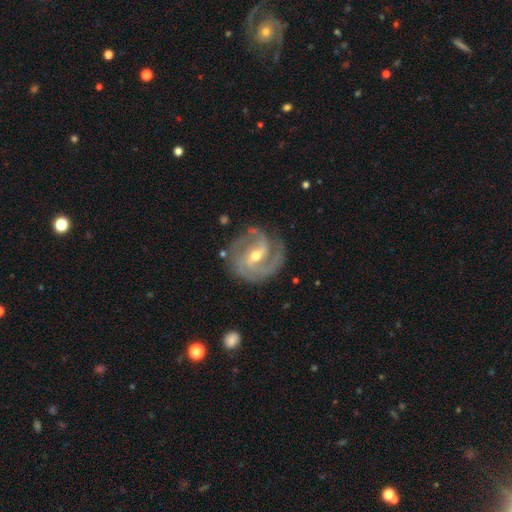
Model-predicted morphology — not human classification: Q: Smooth or featured?
A: featured or disk (90%); runner-up: star or artifact (5%)
Q: Edge-on disk?
A: no (97%); runner-up: yes (3%)
Q: Bar?
A: weak (45%); runner-up: strong (33%)
Q: Spiral arms?
A: yes (98%); runner-up: no (2%)
Q: Spiral winding?
A: tight (48%); runner-up: medium (44%)
Q: Spiral arm count?
A: 2 (44%); runner-up: 3 (34%)
Q: Bulge size?
A: moderate (56%); runner-up: small (41%)
Q: Merging?
A: none (77%); runner-up: minor disturbance (16%)